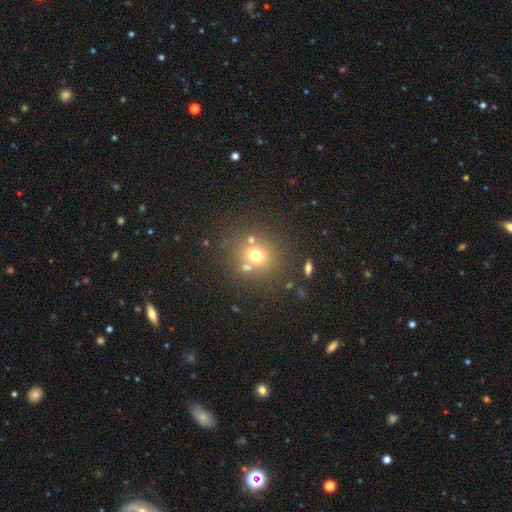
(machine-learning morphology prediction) A smooth galaxy with no disk features (67%) that is round (80%). Merging: none (67%).